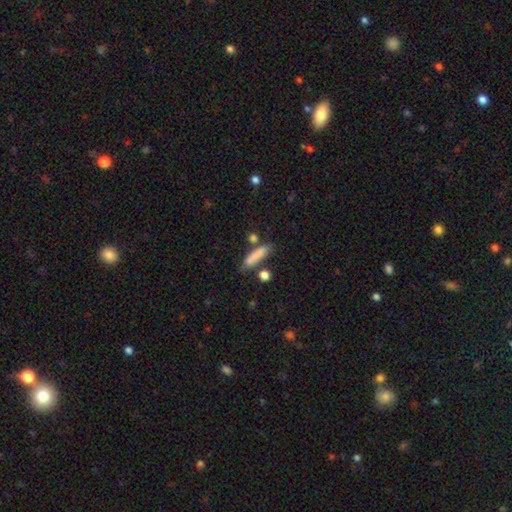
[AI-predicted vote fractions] Q: Smooth or featured?
A: smooth (81%); runner-up: featured or disk (11%)
Q: How rounded?
A: cigar-shaped (73%); runner-up: in between (23%)
Q: Merging?
A: none (67%); runner-up: minor disturbance (17%)